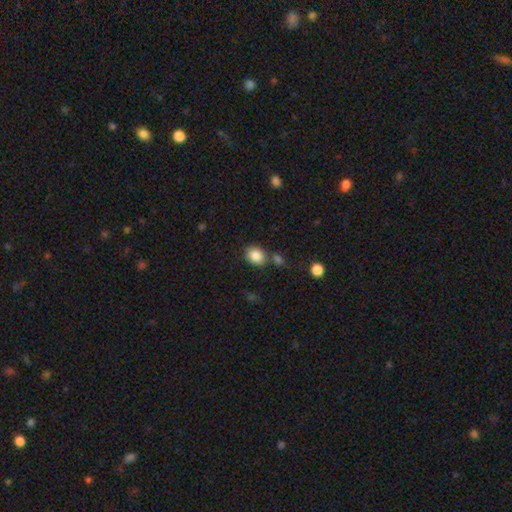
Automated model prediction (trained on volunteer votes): Morphology: type=smooth (86%); roundness=round (55%); merging=none (71%).